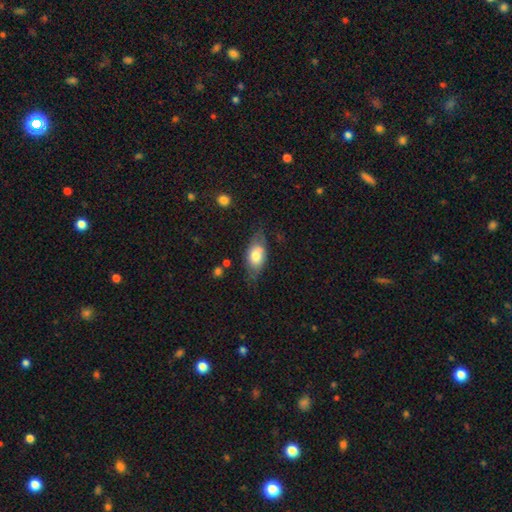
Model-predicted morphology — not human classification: smooth_or_featured: smooth (p=0.68) [alt: featured or disk p=0.25]
how_rounded: in between (p=0.87) [alt: cigar-shaped p=0.07]
merging: none (p=0.62) [alt: minor disturbance p=0.27]